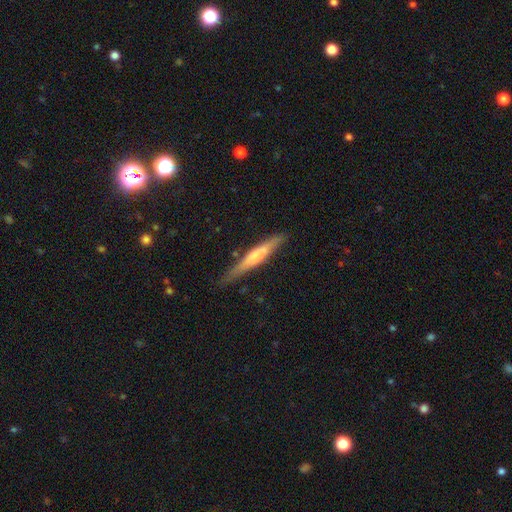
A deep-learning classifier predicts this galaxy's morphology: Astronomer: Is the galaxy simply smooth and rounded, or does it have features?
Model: featured or disk — 49% (runner-up: smooth, 45%).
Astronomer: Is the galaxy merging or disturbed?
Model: none — 80%.